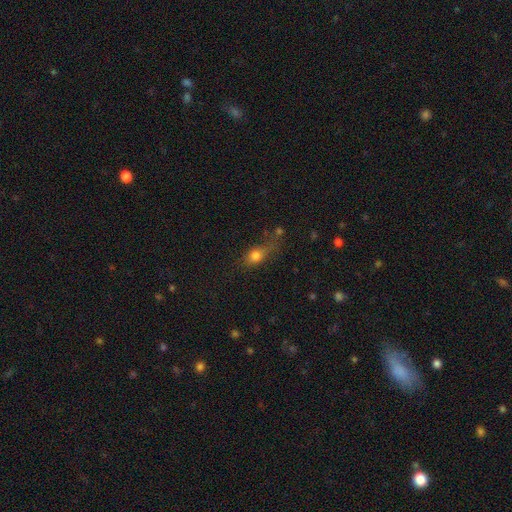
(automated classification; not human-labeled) The model was most divided on "merging": none: 46%, minor disturbance: 27%, major disturbance: 18%, merger: 9%. More confident: smooth or featured — smooth (74%); how rounded — in between (58%).